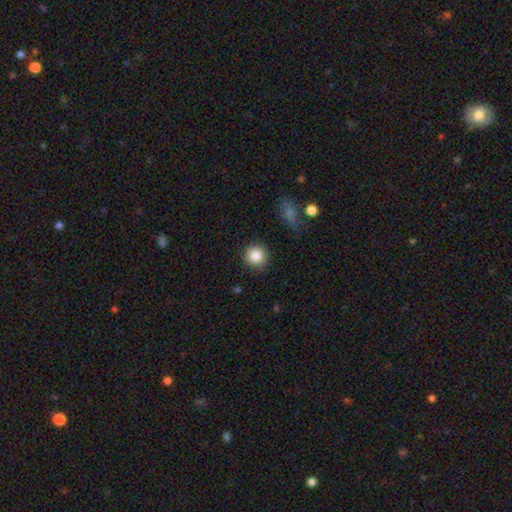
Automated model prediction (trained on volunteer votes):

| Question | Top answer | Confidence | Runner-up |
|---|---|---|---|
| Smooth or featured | smooth | 86% | star or artifact (9%) |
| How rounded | round | 93% | in between (6%) |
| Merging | none | 88% | minor disturbance (8%) |